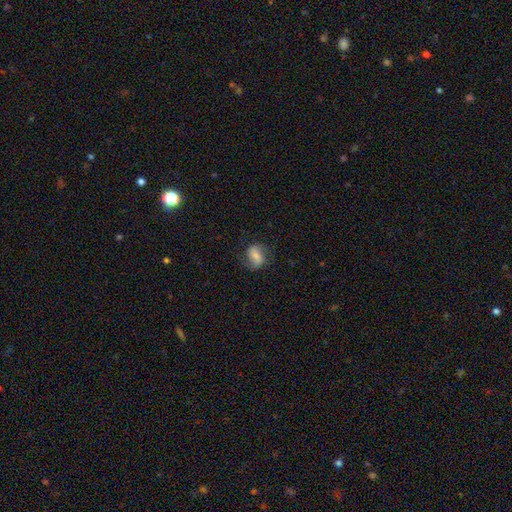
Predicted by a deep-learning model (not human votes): Q: Smooth or featured?
A: featured or disk (56%); runner-up: smooth (36%)
Q: Edge-on disk?
A: no (96%); runner-up: yes (4%)
Q: Bar?
A: weak (39%); runner-up: strong (34%)
Q: Spiral arms?
A: yes (89%); runner-up: no (11%)
Q: Bulge size?
A: small (43%); runner-up: moderate (38%)
Q: Merging?
A: none (71%); runner-up: minor disturbance (18%)